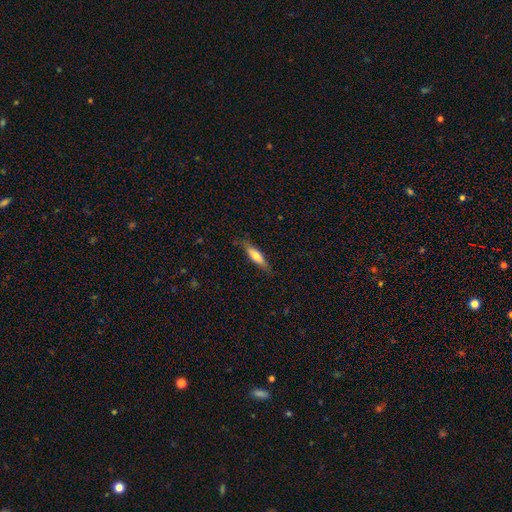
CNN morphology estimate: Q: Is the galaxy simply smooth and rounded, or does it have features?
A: smooth — 58%.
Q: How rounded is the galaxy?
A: cigar-shaped — 71%.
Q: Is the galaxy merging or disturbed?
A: none — 79%.